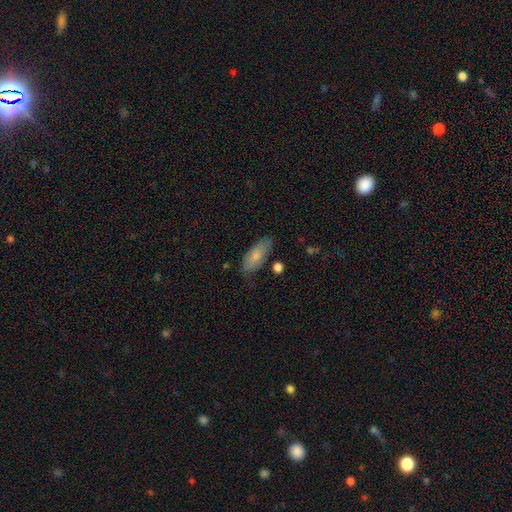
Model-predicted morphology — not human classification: The model was most divided on "merging": none: 74%, minor disturbance: 19%, major disturbance: 4%, merger: 3%. More confident: how rounded — in between (79%); smooth or featured — smooth (76%).